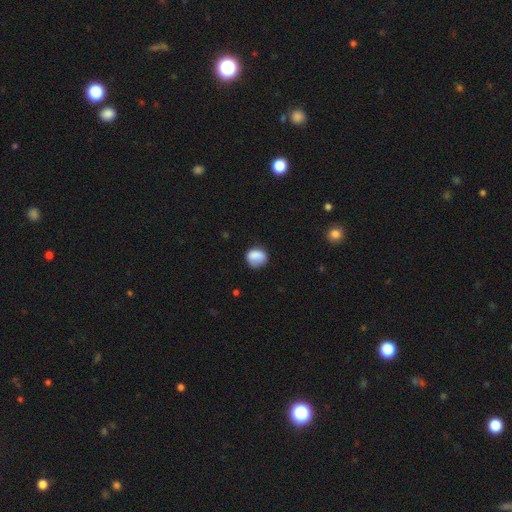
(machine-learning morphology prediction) This appears to be a smooth galaxy with no disk features (84%) that is round (73%). Merging: none (69%).